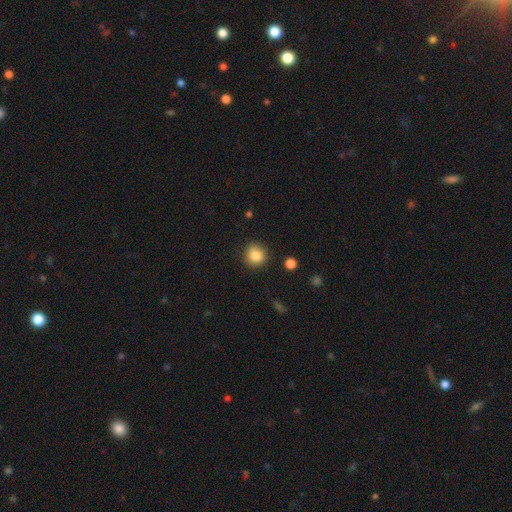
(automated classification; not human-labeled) This is clearly a smooth galaxy (84%). How rounded: clearly round (88%). Merging: clearly none (84%).